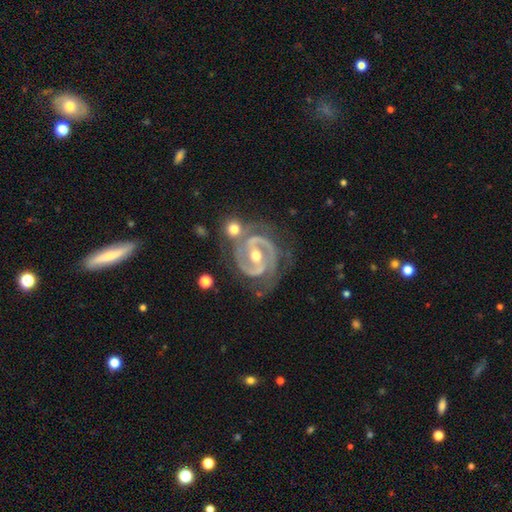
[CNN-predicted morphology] A featured or disk galaxy (92%) with a weak bar (35%), 2 (86%) tight (58%) spiral arms (98%) and a moderate central bulge (63%).

Vote fractions:
- Smooth or featured? featured or disk: 92% / star or artifact: 5% / smooth: 3%
- Edge-on disk? no: 97% / yes: 3%
- Bar? weak: 35% / no: 34% / strong: 31%
- Spiral arms? yes: 98% / no: 2%
- Spiral winding? tight: 58% / medium: 36% / loose: 6%
- Spiral arm count? 2: 86% / 3: 5% / can't tell: 3% / 1: 2% / 4: 1% / more than 4: 1%
- Bulge size? moderate: 63% / small: 32% / large: 2% / none: 1% / dominant: 1%
- Merging? none: 65% / minor disturbance: 17% / merger: 10% / major disturbance: 8%